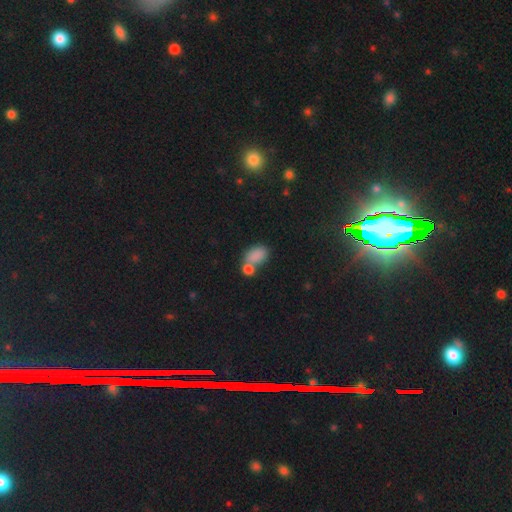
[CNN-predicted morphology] A smooth galaxy with no disk features (83%) that is in between round and cigar-shaped (86%).

Vote fractions:
- Smooth or featured? smooth: 83% / star or artifact: 10% / featured or disk: 7%
- How rounded? in between: 86% / round: 12% / cigar-shaped: 2%
- Merging? merger: 46% / none: 36% / minor disturbance: 12% / major disturbance: 6%